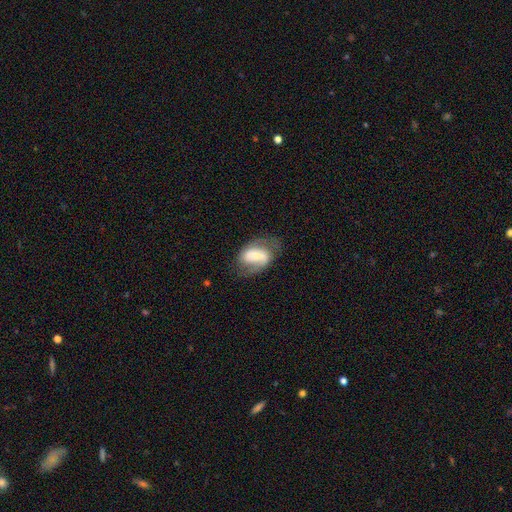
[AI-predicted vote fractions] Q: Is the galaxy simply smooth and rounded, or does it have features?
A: featured or disk — 66%.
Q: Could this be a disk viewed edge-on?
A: no — 96%.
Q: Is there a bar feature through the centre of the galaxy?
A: weak — 37%.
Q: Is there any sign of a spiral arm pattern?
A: yes — 84%.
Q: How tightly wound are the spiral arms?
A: medium — 44%.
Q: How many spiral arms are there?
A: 2 — 77%.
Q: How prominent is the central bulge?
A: small — 47%.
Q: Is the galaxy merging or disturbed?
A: none — 61%.